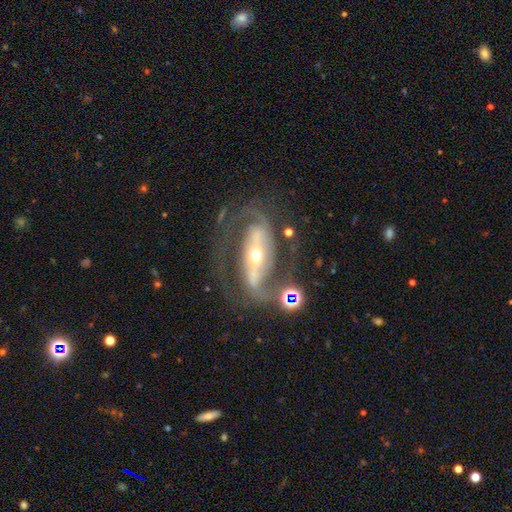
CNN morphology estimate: featured or disk 88%, star or artifact 6%, smooth 6%. Down the decision tree: edge-on disk — no (94%); bar — strong (63%); spiral arms — yes (93%); spiral arm count — 2 (87%); spiral winding — medium (53%); bulge size — moderate (51%); merging — none (59%).